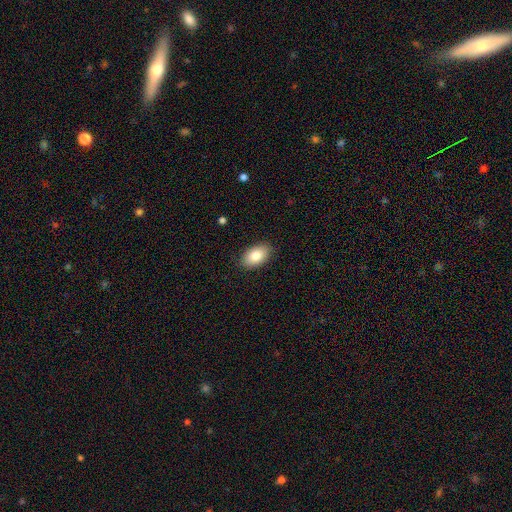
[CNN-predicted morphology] This appears to be a smooth galaxy with no disk features (83%) that is in between round and cigar-shaped (93%). Merging: none (88%).